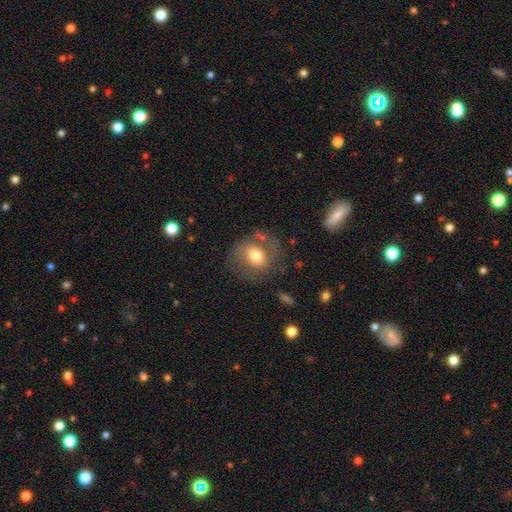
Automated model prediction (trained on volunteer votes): Smooth or featured? Predicted: smooth (p=0.55). How rounded? Predicted: round (p=0.66). Merging? Predicted: none (p=0.63).